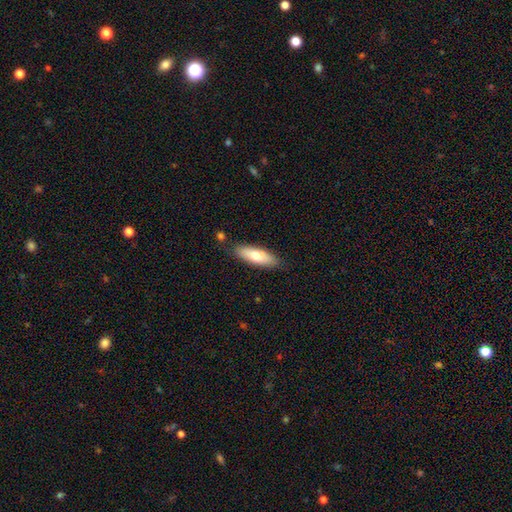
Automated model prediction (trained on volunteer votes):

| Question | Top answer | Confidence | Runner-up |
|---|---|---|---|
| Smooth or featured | smooth | 72% | featured or disk (23%) |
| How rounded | in between | 54% | cigar-shaped (44%) |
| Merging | none | 83% | minor disturbance (12%) |